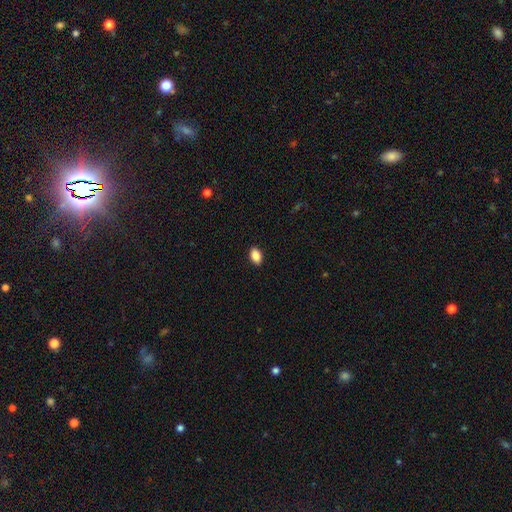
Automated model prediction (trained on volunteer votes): A smooth galaxy with no disk features (89%) that is in between round and cigar-shaped (90%).

Vote fractions:
- Smooth or featured? smooth: 89% / star or artifact: 8% / featured or disk: 3%
- How rounded? in between: 90% / round: 8% / cigar-shaped: 2%
- Merging? none: 90% / minor disturbance: 7% / major disturbance: 2% / merger: 1%